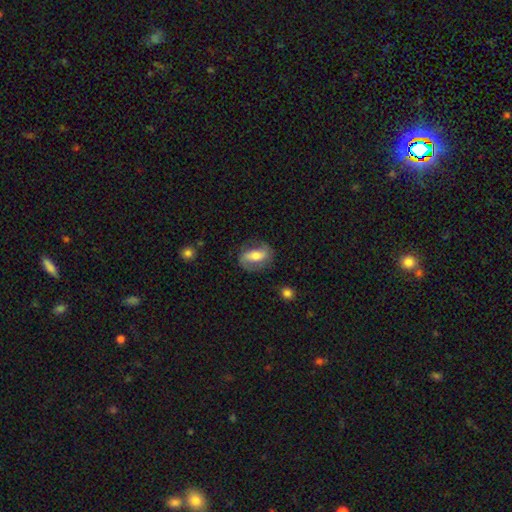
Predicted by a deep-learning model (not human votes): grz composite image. It shows a featured or disk galaxy (52%). Merging: none (73%).